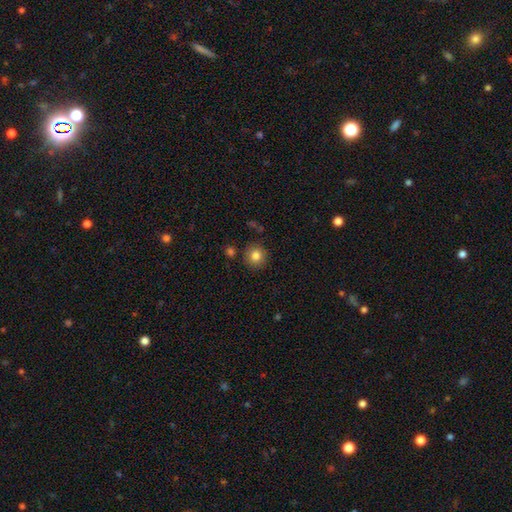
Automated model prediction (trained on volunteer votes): smooth-or-featured: smooth: 82% | star or artifact: 11% | featured or disk: 7%
  how-rounded: round: 93% | in between: 6% | cigar-shaped: 1%
  merging: none: 87% | minor disturbance: 7% | merger: 3% | major disturbance: 2%